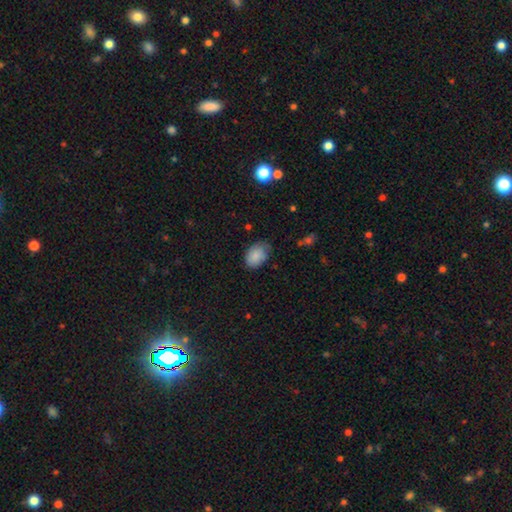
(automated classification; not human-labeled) This is clearly a smooth galaxy (82%). How rounded: clearly in between (83%). Merging: likely none (64%).